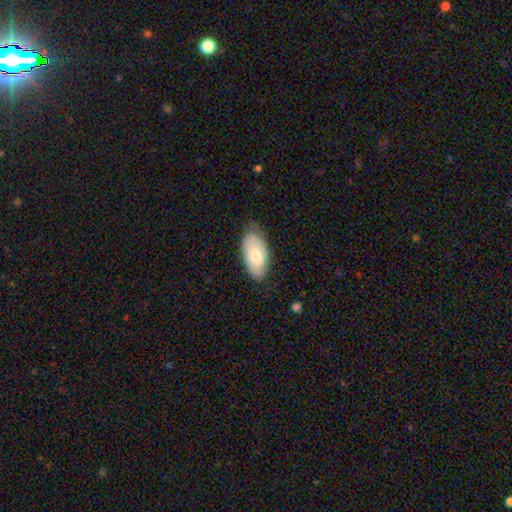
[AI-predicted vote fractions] Smooth or featured? smooth (70%)
How rounded? in between (94%)
Merging? none (67%)